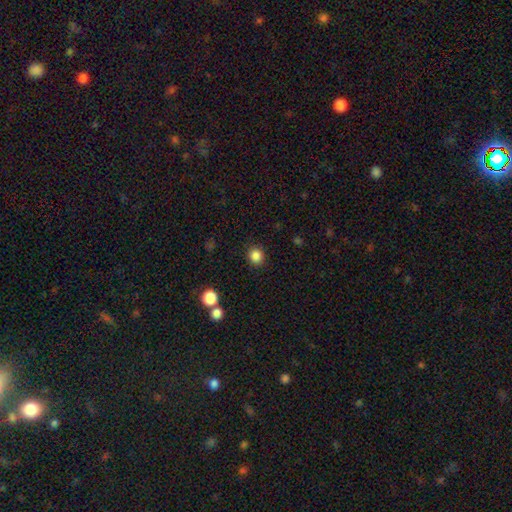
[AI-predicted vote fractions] Smooth or featured? Predicted: smooth (p=0.85). How rounded? Predicted: round (p=0.88). Merging? Predicted: none (p=0.90).